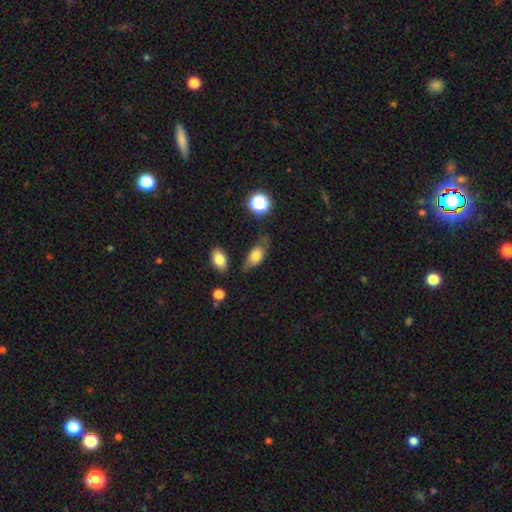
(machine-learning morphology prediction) This appears to be a smooth galaxy with no disk features (68%) that is in between round and cigar-shaped (83%). Merging: none (52%).